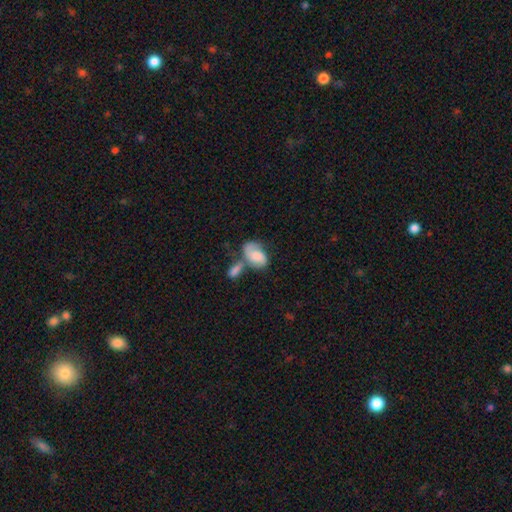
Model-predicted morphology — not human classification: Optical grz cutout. It shows a smooth galaxy with no disk features (52%) that is in between round and cigar-shaped (90%). Merging: merger (45%).